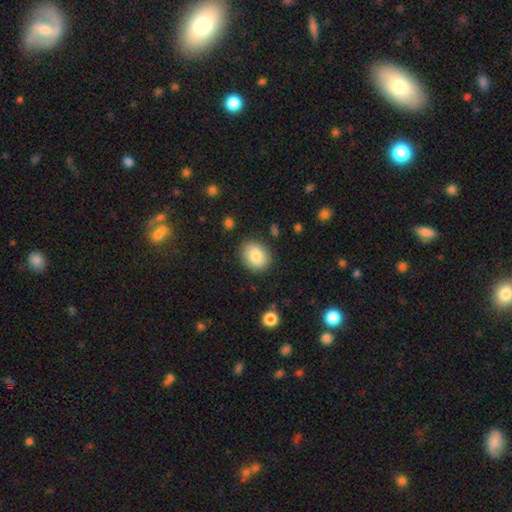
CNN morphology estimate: Smooth or featured: smooth — 84% (featured or disk — 9%)
How rounded: in between — 54% (round — 45%)
Merging: none — 85% (minor disturbance — 10%)